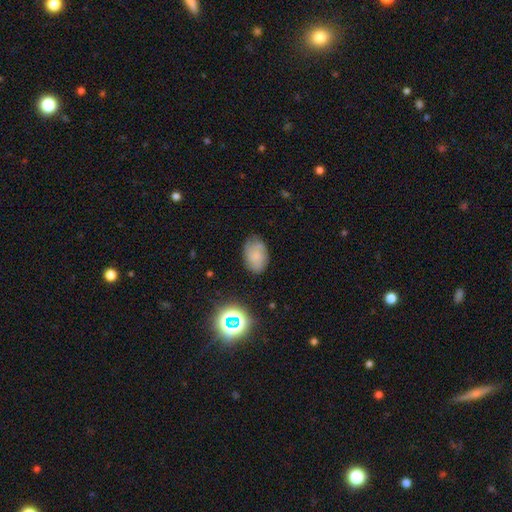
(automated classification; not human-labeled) A smooth galaxy with no disk features (72%) that is in between round and cigar-shaped (88%).

Vote fractions:
- Smooth or featured? smooth: 72% / featured or disk: 15% / star or artifact: 13%
- How rounded? in between: 88% / round: 11% / cigar-shaped: 1%
- Merging? none: 75% / minor disturbance: 18% / major disturbance: 5% / merger: 2%